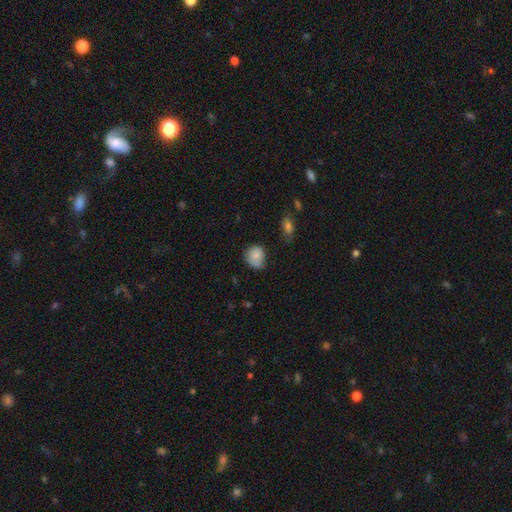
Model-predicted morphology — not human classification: type=smooth (80%); roundness=round (69%); merging=none (52%).